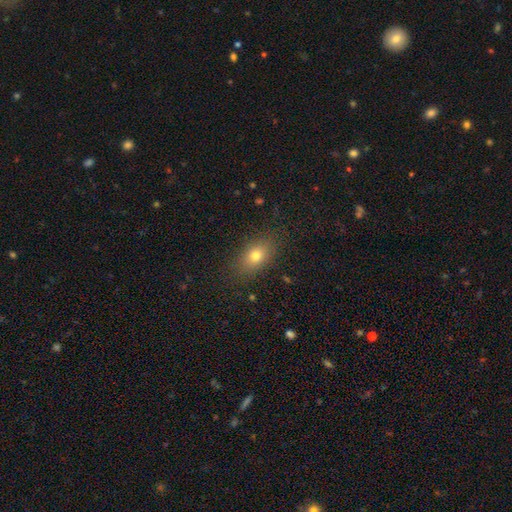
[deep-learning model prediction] A smooth galaxy with no disk features (74%) that is in between round and cigar-shaped (79%). Merging: none (84%).